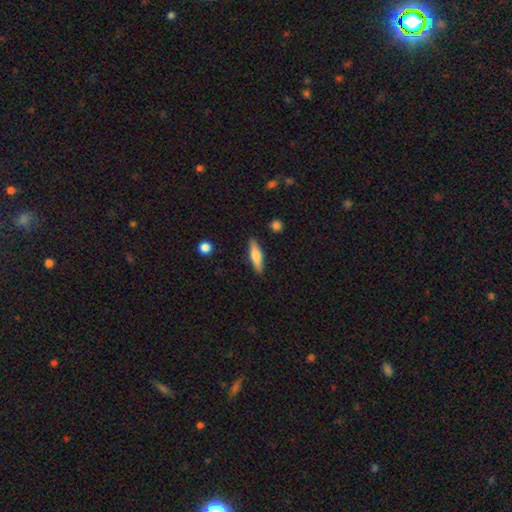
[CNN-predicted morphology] Smooth or featured?
  - smooth: 62% *
  - featured or disk: 32%
  - star or artifact: 6%
How rounded?
  - cigar-shaped: 66% *
  - in between: 32%
  - round: 2%
Merging?
  - none: 88% *
  - minor disturbance: 9%
  - major disturbance: 2%
  - merger: 2%